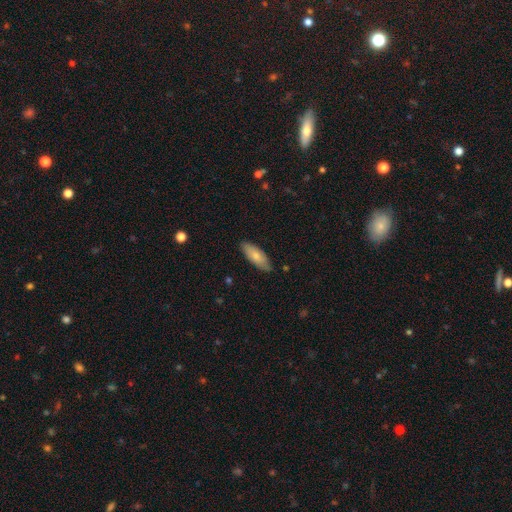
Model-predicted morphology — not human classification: smooth_or_featured: smooth (p=0.76) [alt: featured or disk p=0.19]
how_rounded: in between (p=0.73) [alt: cigar-shaped p=0.25]
merging: none (p=0.83) [alt: minor disturbance p=0.14]